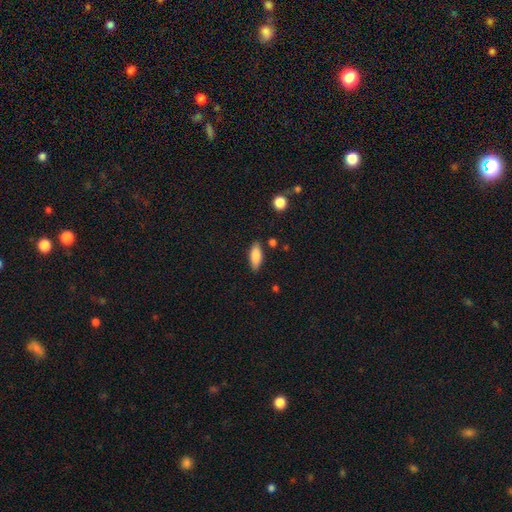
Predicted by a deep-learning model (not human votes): The model was most divided on "how rounded": in between: 77%, cigar-shaped: 21%, round: 2%. More confident: smooth or featured — smooth (84%); merging — none (83%).